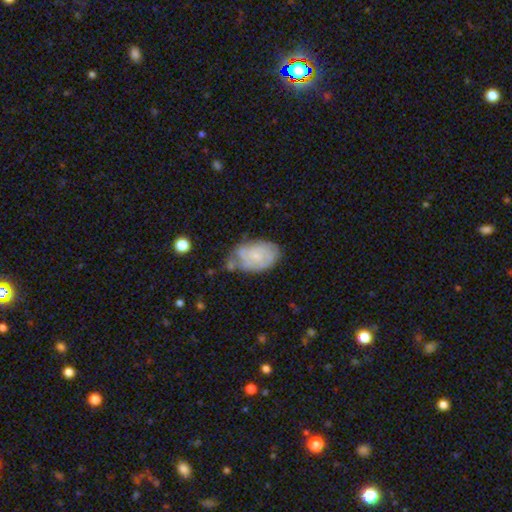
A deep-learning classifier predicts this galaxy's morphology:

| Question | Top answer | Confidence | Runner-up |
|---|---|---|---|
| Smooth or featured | featured or disk | 56% | smooth (37%) |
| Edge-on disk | no | 97% | yes (3%) |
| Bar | no | 68% | weak (28%) |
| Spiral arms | yes | 78% | no (22%) |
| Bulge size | small | 56% | moderate (22%) |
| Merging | none | 49% | minor disturbance (32%) |